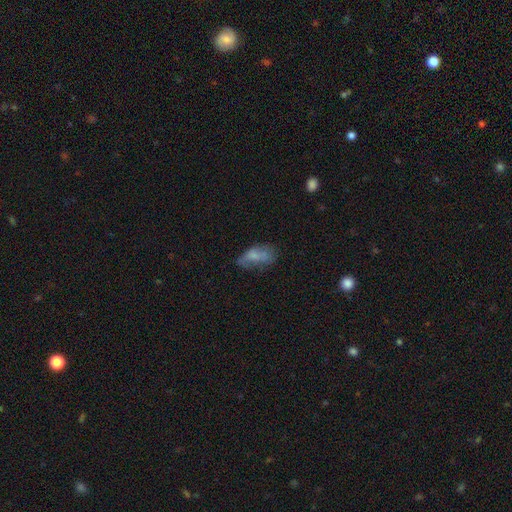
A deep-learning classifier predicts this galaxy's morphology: smooth-or-featured: smooth: 60% | featured or disk: 28% | star or artifact: 11%
  how-rounded: in between: 87% | cigar-shaped: 8% | round: 5%
  merging: none: 37% | minor disturbance: 29% | major disturbance: 25% | merger: 9%